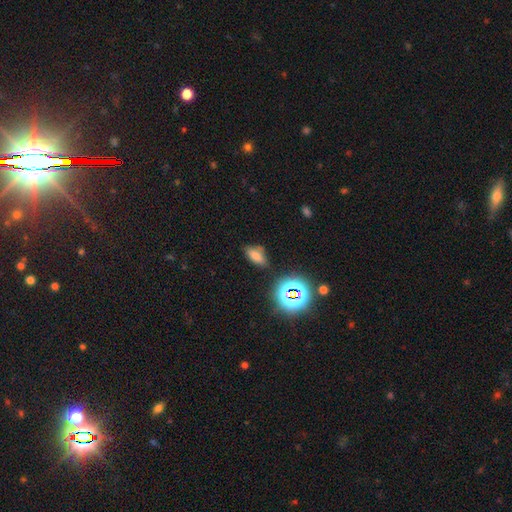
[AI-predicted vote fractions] Morphology: type=smooth (67%); roundness=in between (81%); merging=none (71%).